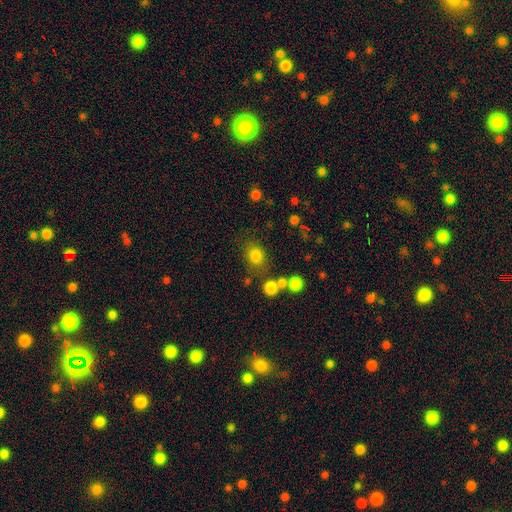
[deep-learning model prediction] Smooth or featured?
  - smooth: 80% *
  - star or artifact: 14%
  - featured or disk: 6%
How rounded?
  - round: 60% *
  - in between: 39%
  - cigar-shaped: 1%
Merging?
  - none: 73% *
  - minor disturbance: 13%
  - merger: 9%
  - major disturbance: 5%